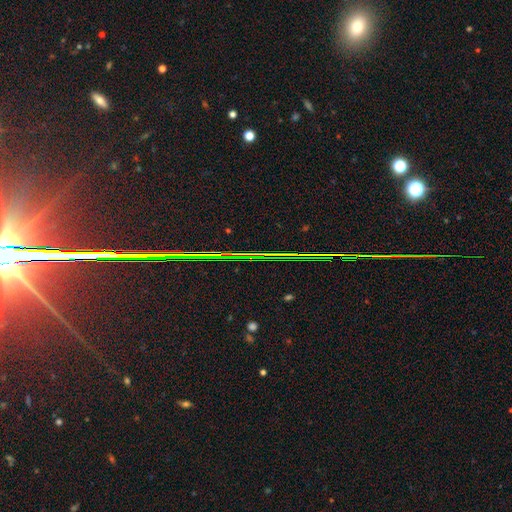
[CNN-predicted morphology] This is clearly a star or artifact rather than a galaxy (85%).